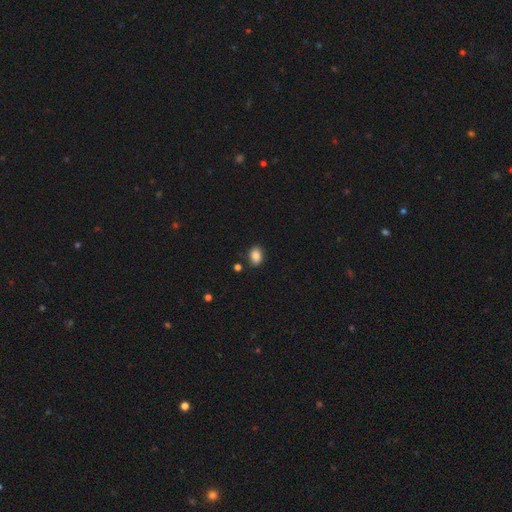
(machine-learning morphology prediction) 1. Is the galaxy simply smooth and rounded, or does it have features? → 86% smooth, 9% star or artifact, 5% featured or disk.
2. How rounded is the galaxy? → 71% in between, 28% round, 1% cigar-shaped.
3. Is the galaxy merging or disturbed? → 84% none, 11% minor disturbance, 3% merger, 2% major disturbance.